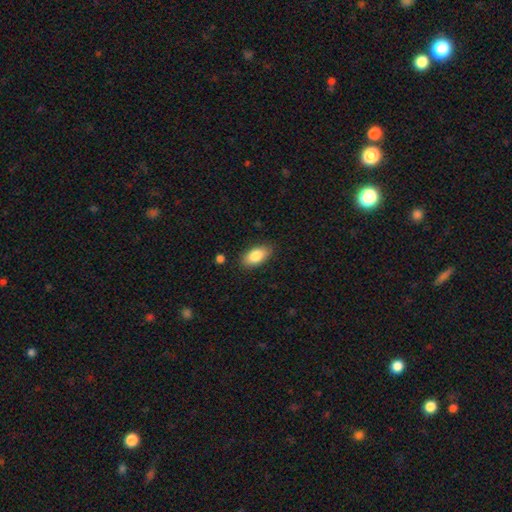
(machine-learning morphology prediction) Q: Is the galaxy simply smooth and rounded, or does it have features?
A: smooth — 84%.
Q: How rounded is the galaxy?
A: in between — 91%.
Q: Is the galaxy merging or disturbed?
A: none — 86%.